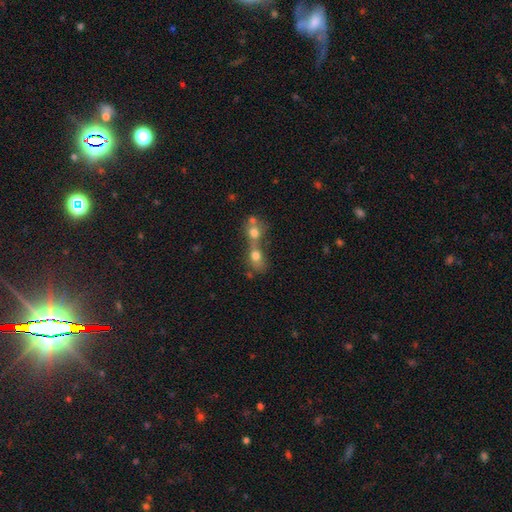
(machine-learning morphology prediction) smooth 71%, featured or disk 17%, star or artifact 13%. Down the decision tree: how rounded — round (52%); merging — merger (70%).